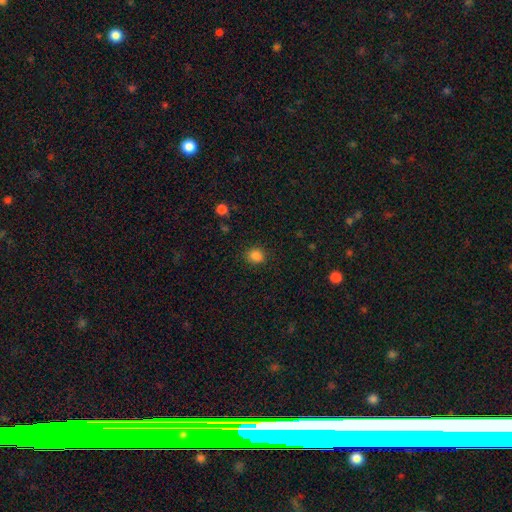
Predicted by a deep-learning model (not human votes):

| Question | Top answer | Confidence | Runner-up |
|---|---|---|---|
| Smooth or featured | smooth | 85% | star or artifact (12%) |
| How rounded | round | 79% | in between (20%) |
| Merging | none | 87% | minor disturbance (9%) |